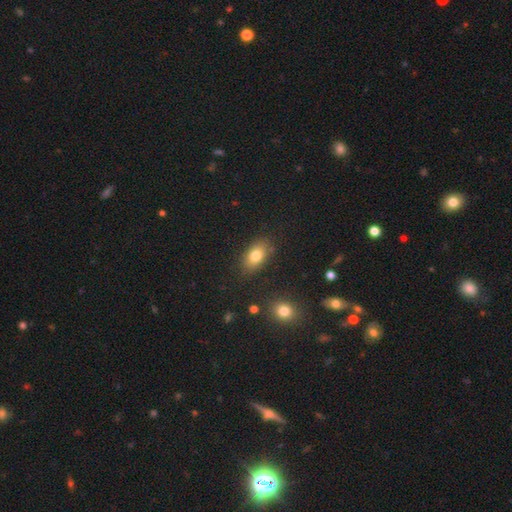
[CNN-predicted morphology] smooth-or-featured: smooth: 79% | featured or disk: 11% | star or artifact: 10%
  how-rounded: in between: 87% | round: 10% | cigar-shaped: 3%
  merging: none: 83% | minor disturbance: 11% | major disturbance: 3% | merger: 3%